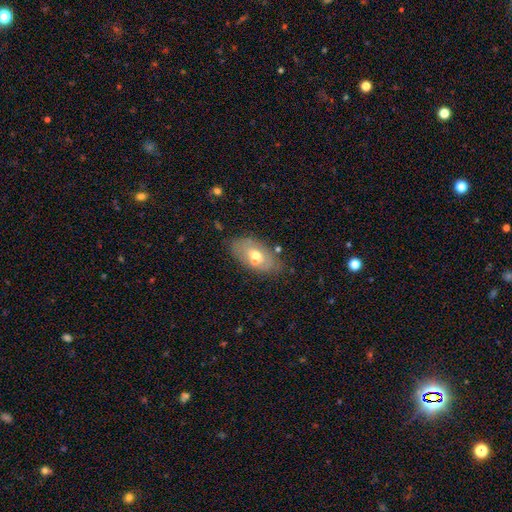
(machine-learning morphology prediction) Smooth or featured? Predicted: smooth (p=0.54). How rounded? Predicted: in between (p=0.91). Merging? Predicted: none (p=0.63).